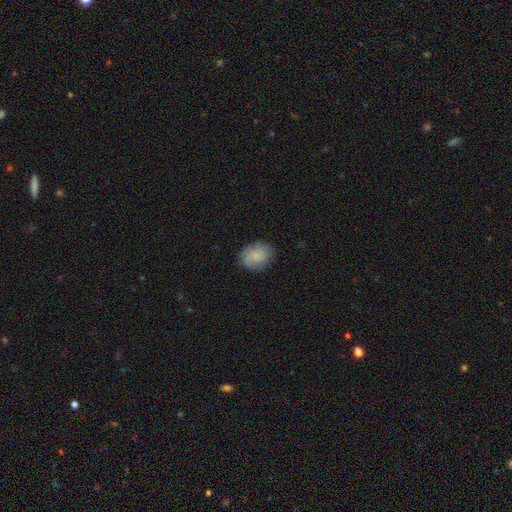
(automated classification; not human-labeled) A smooth galaxy with no disk features (68%) that is in between round and cigar-shaped (51%).

Vote fractions:
- Smooth or featured? smooth: 68% / featured or disk: 24% / star or artifact: 8%
- How rounded? in between: 51% / round: 48% / cigar-shaped: 1%
- Merging? none: 78% / minor disturbance: 16% / major disturbance: 5% / merger: 1%